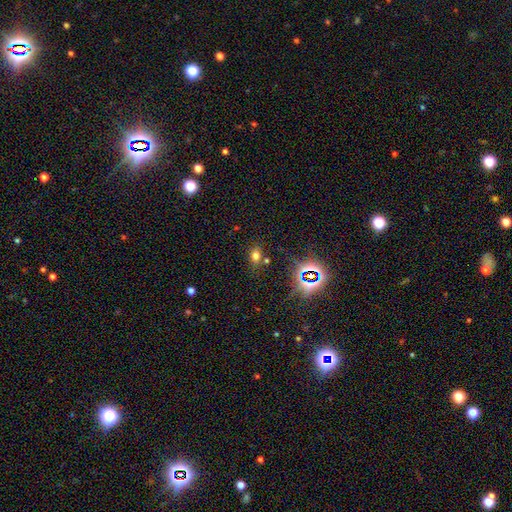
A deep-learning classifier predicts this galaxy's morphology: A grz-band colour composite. It shows a smooth galaxy with no disk features (61%) that is in between round and cigar-shaped (75%). Merging: none (77%).